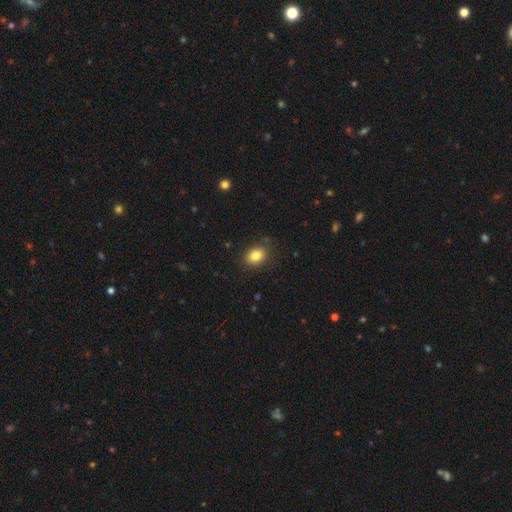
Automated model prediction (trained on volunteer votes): Smooth or featured? smooth (83%)
How rounded? in between (57%)
Merging? none (86%)